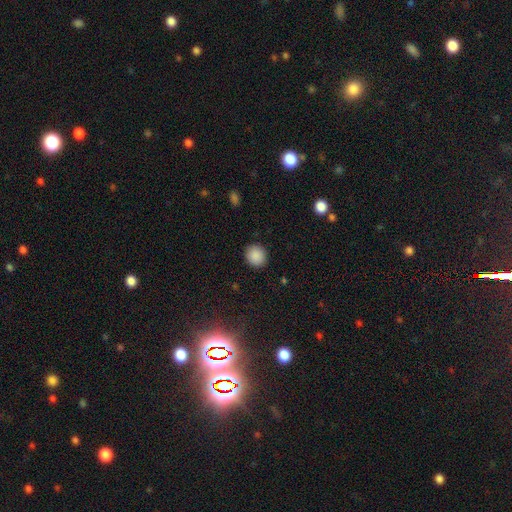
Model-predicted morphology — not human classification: This appears to be a smooth galaxy with no disk features (89%) that is round (85%). Merging: none (90%).